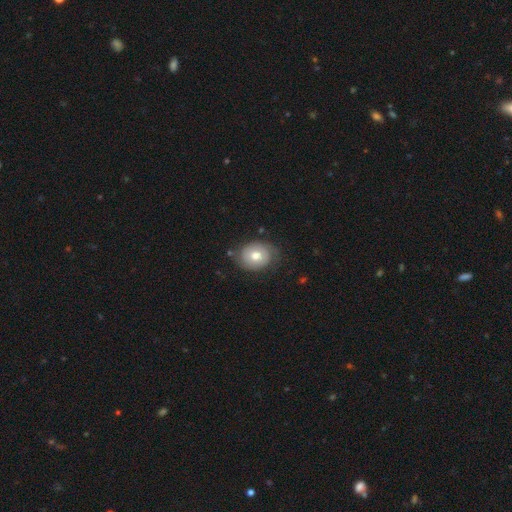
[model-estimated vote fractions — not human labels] Smooth or featured? smooth (60%)
How rounded? round (55%)
Merging? none (72%)